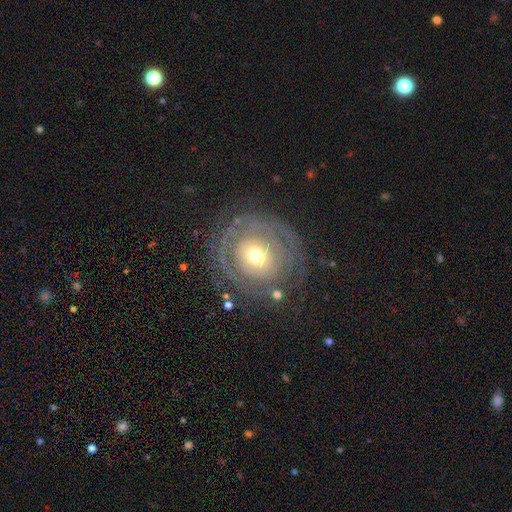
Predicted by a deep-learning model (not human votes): Smooth or featured? featured or disk (71%)
Edge-on disk? no (96%)
Bar? no (79%)
Spiral arms? yes (64%)
Bulge size? moderate (55%)
Merging? none (73%)